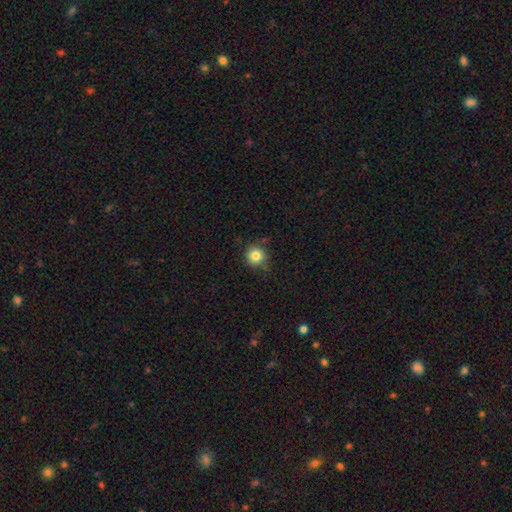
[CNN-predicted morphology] Overall: smooth (82%). How rounded: round (94%). Merging: none (81%).